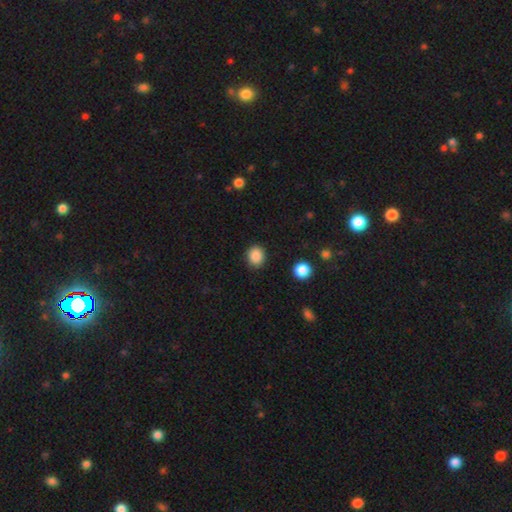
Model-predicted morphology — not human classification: A smooth galaxy with no disk features (87%) that is round (68%). Merging: none (88%).